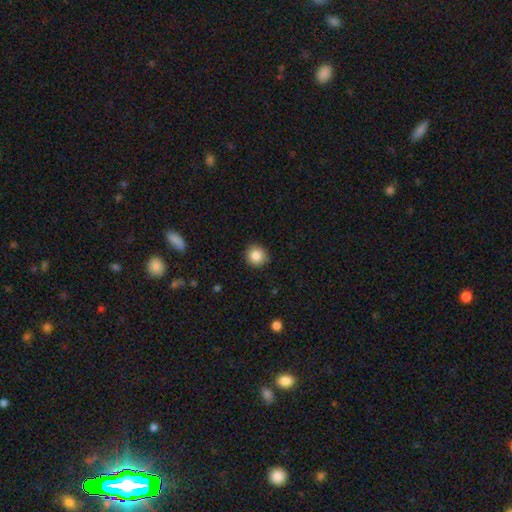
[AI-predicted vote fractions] A smooth galaxy with no disk features (85%) that is round (92%).

Vote fractions:
- Smooth or featured? smooth: 85% / star or artifact: 10% / featured or disk: 6%
- How rounded? round: 92% / in between: 7% / cigar-shaped: 1%
- Merging? none: 89% / minor disturbance: 8% / major disturbance: 2% / merger: 1%